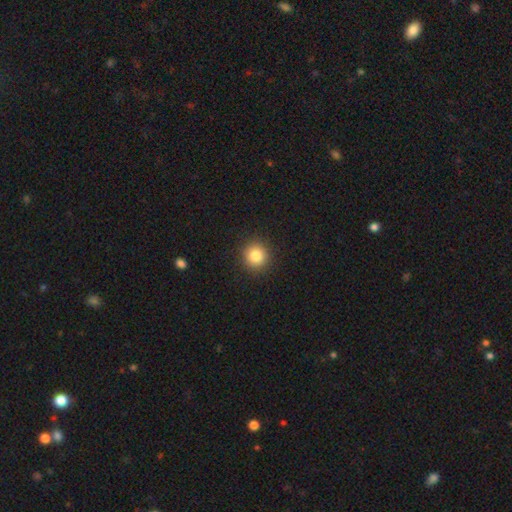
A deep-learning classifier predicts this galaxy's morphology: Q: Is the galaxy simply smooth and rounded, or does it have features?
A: smooth — 84%.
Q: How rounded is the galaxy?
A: round — 93%.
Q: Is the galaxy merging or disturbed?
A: none — 92%.